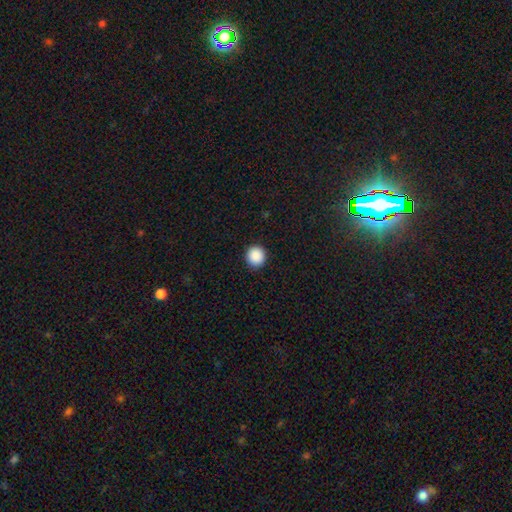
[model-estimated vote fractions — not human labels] smooth 89%, star or artifact 9%, featured or disk 2%. Down the decision tree: how rounded — round (93%); merging — none (93%).